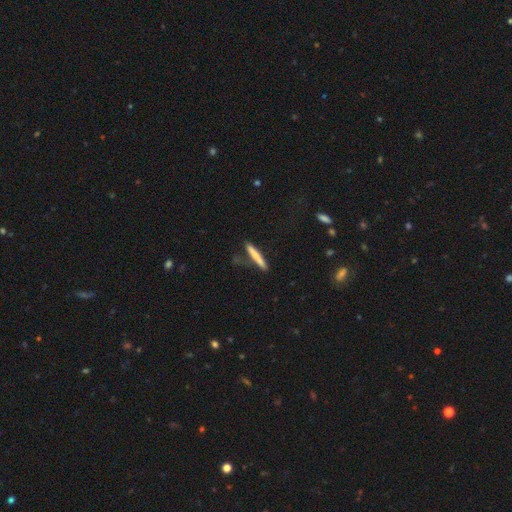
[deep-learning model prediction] Smooth or featured: smooth — 67% (featured or disk — 27%)
How rounded: cigar-shaped — 95% (in between — 4%)
Merging: none — 77% (minor disturbance — 16%)